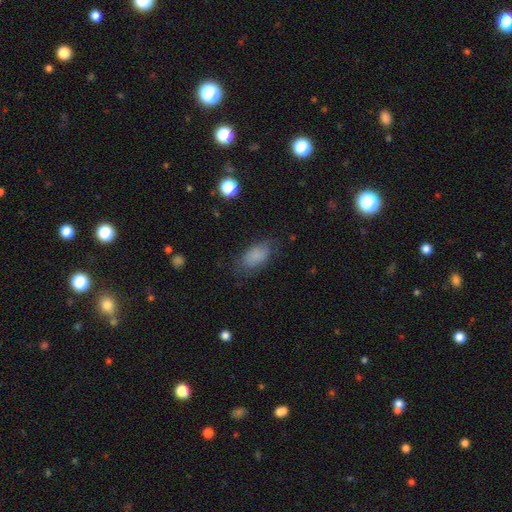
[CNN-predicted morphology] A smooth galaxy with no disk features (82%) that is in between round and cigar-shaped (91%). Merging: none (70%).